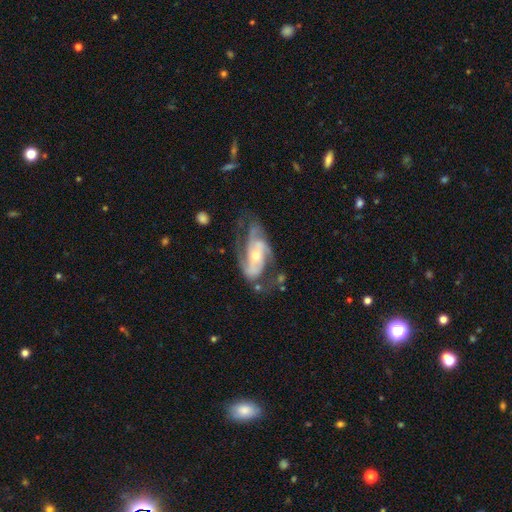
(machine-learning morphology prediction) Smooth or featured?
  - featured or disk: 86% *
  - smooth: 9%
  - star or artifact: 5%
Edge-on disk?
  - no: 95% *
  - yes: 5%
Bar?
  - no: 48% *
  - weak: 33%
  - strong: 19%
Spiral arms?
  - yes: 94% *
  - no: 6%
Spiral winding?
  - medium: 48% *
  - tight: 33%
  - loose: 20%
Spiral arm count?
  - 2: 46% *
  - 3: 28%
  - can't tell: 14%
  - 4: 5%
  - 1: 4%
  - more than 4: 3%
Bulge size?
  - moderate: 52% *
  - small: 43%
  - large: 3%
  - none: 1%
  - dominant: 1%
Merging?
  - none: 52% *
  - minor disturbance: 23%
  - major disturbance: 21%
  - merger: 4%